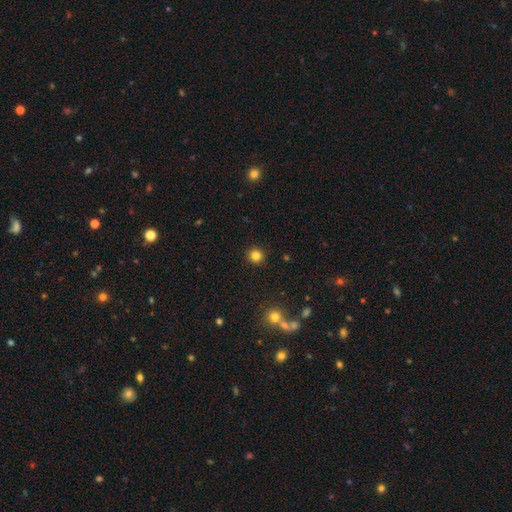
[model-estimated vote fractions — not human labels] Q: Smooth or featured?
A: smooth (82%); runner-up: star or artifact (13%)
Q: How rounded?
A: round (95%); runner-up: in between (4%)
Q: Merging?
A: none (92%); runner-up: minor disturbance (5%)